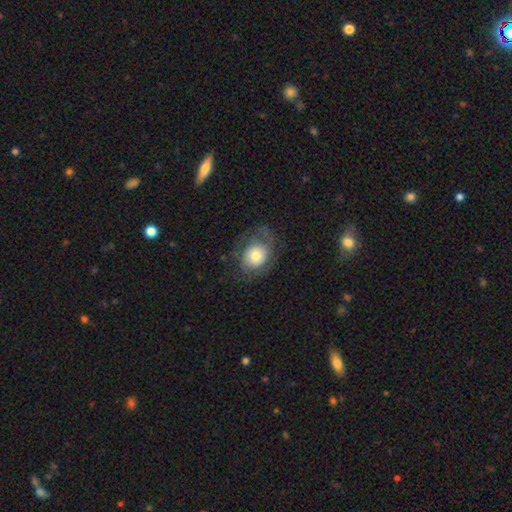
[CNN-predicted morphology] Smooth or featured: smooth — 56% (featured or disk — 36%)
How rounded: round — 56% (in between — 43%)
Merging: none — 58% (minor disturbance — 22%)